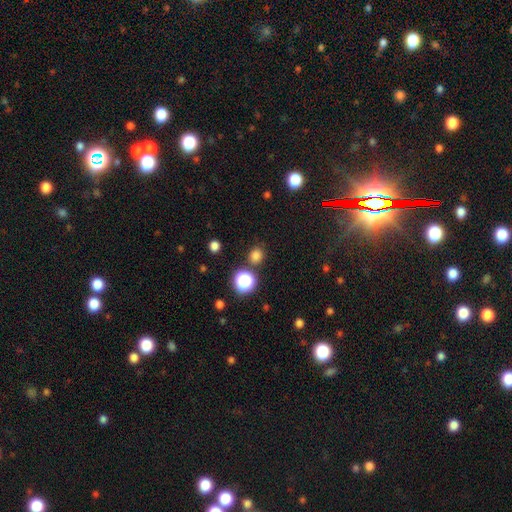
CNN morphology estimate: Smooth or featured? smooth (77%)
How rounded? round (87%)
Merging? none (84%)